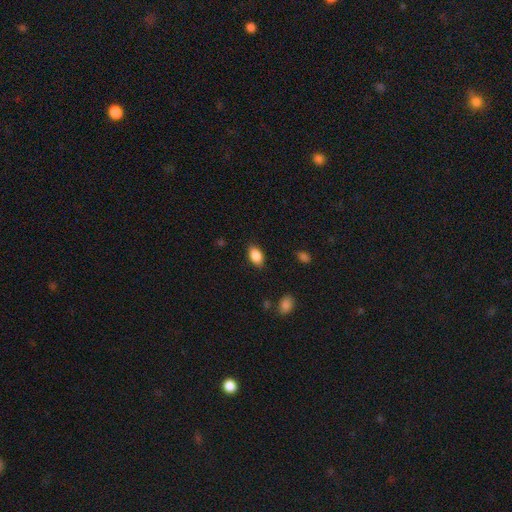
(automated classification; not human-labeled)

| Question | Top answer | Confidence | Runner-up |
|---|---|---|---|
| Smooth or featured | smooth | 86% | star or artifact (8%) |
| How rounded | in between | 90% | round (8%) |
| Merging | none | 84% | minor disturbance (12%) |